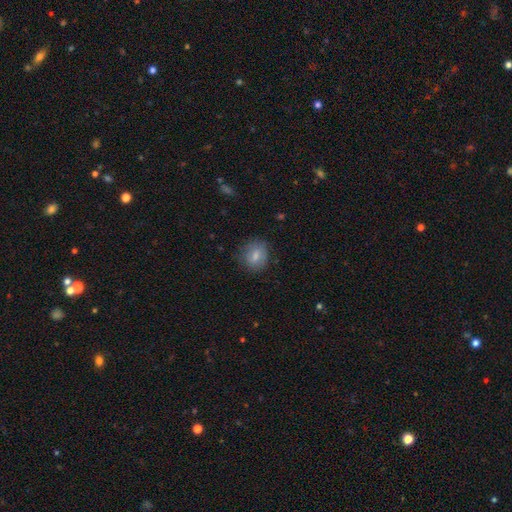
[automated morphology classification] A smooth galaxy with no disk features (75%) that is round (61%). Merging: none (77%).